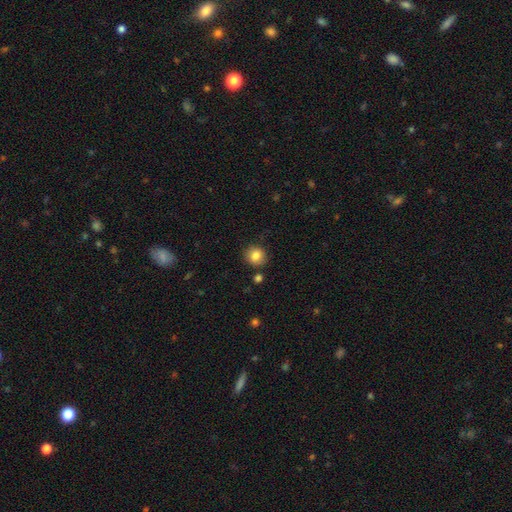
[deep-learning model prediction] A smooth galaxy with no disk features (83%) that is round (88%). Merging: none (86%).